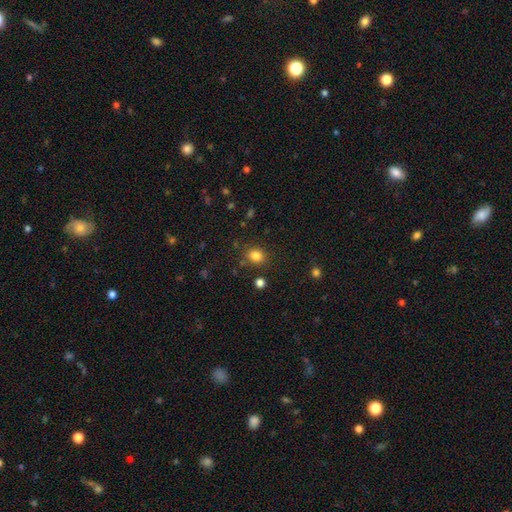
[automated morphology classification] type=smooth (83%); roundness=round (61%); merging=none (82%).